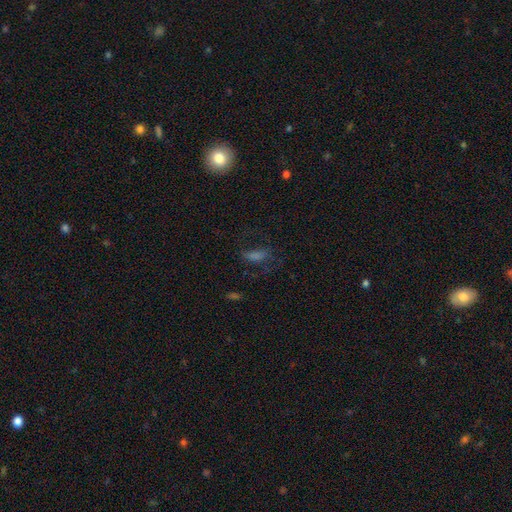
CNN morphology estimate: Q: Smooth or featured?
A: smooth (52%); runner-up: star or artifact (26%)
Q: How rounded?
A: in between (65%); runner-up: cigar-shaped (26%)
Q: Merging?
A: none (57%); runner-up: major disturbance (21%)